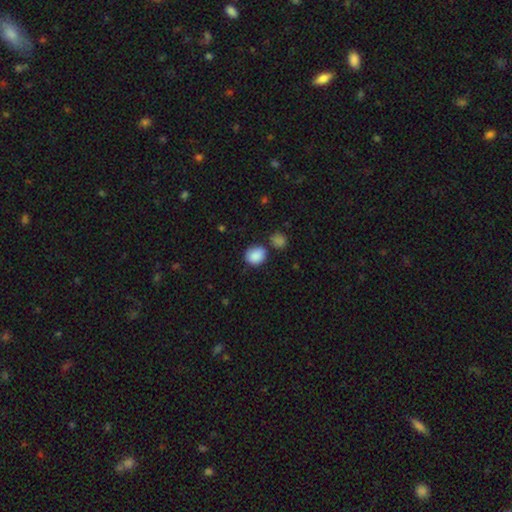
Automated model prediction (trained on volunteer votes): smooth-or-featured: smooth: 88% | star or artifact: 8% | featured or disk: 4%
  how-rounded: round: 60% | in between: 39% | cigar-shaped: 1%
  merging: none: 70% | minor disturbance: 15% | merger: 11% | major disturbance: 4%